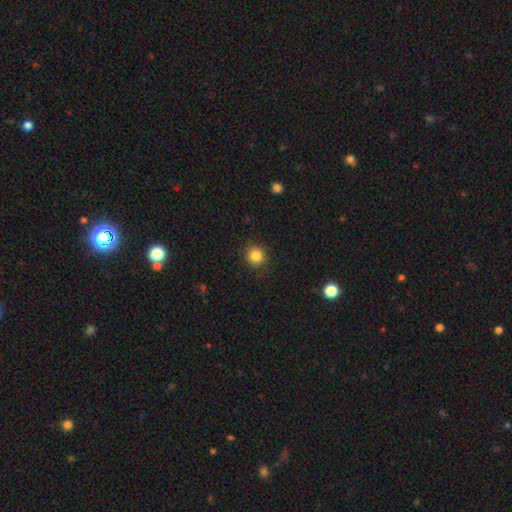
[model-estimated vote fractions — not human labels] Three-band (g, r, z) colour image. It shows a smooth galaxy with no disk features (84%) that is round (91%). Merging: none (90%).